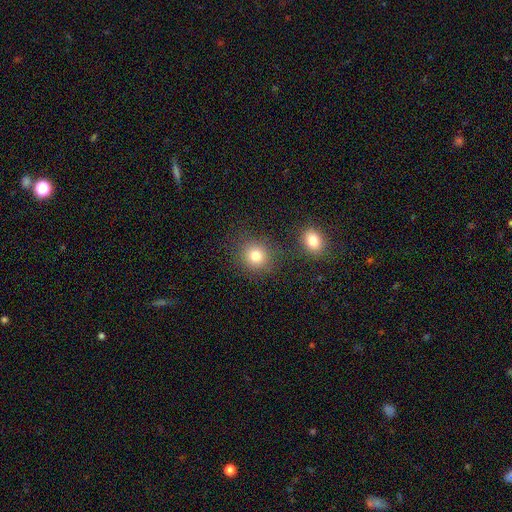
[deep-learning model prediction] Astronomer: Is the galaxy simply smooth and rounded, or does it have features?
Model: smooth — 80%.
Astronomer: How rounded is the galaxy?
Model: round — 87%.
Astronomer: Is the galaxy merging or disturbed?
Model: none — 80%.